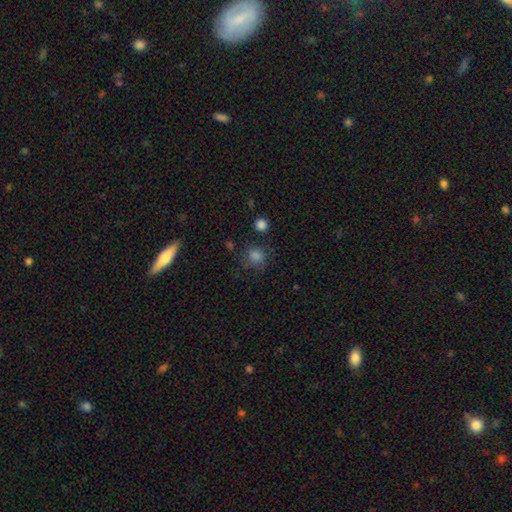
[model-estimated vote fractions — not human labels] smooth_or_featured: smooth (p=0.79) [alt: star or artifact p=0.15]
how_rounded: round (p=0.84) [alt: in between p=0.15]
merging: none (p=0.74) [alt: minor disturbance p=0.15]